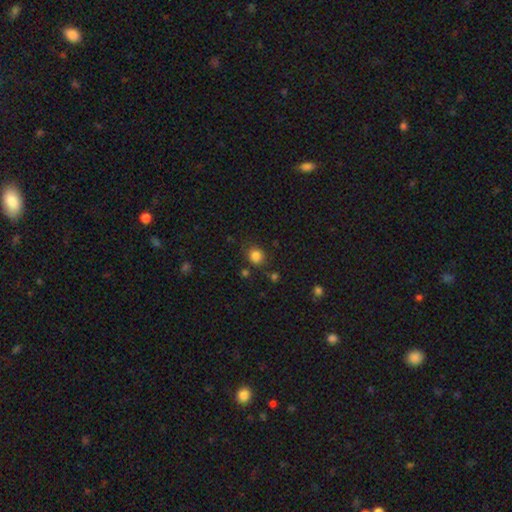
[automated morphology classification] The model was most divided on "how rounded": round: 80%, in between: 19%, cigar-shaped: 1%. More confident: smooth or featured — smooth (83%); merging — none (79%).